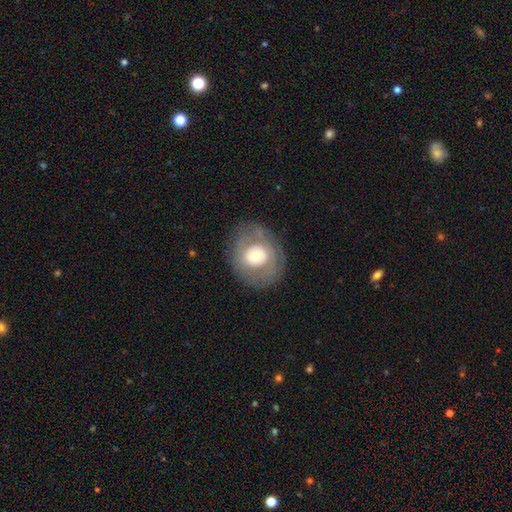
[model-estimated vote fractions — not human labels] Smooth or featured: featured or disk — 51% (smooth — 41%)
Edge-on disk: no — 95% (yes — 5%)
Merging: none — 77% (minor disturbance — 13%)